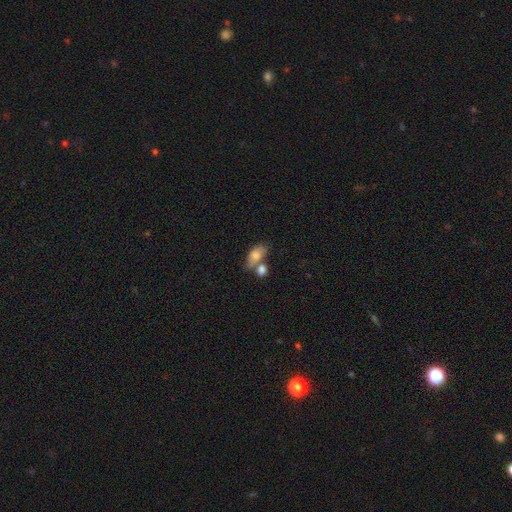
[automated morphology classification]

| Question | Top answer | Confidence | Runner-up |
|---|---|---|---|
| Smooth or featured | smooth | 75% | featured or disk (17%) |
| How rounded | in between | 85% | round (11%) |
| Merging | merger | 42% | none (32%) |